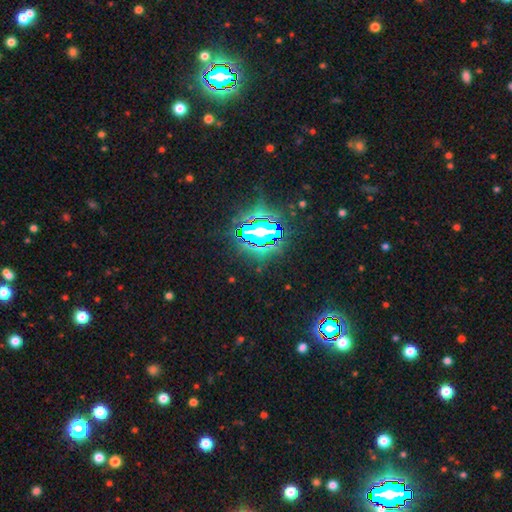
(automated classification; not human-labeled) Q: Smooth or featured?
A: star or artifact (83%); runner-up: smooth (10%)